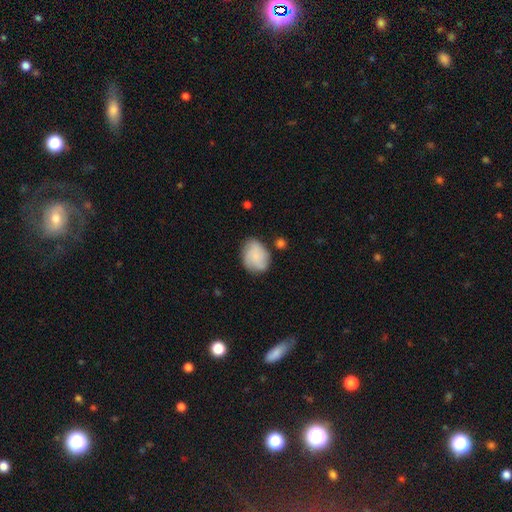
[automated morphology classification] type=smooth (70%); roundness=in between (58%); merging=none (64%).